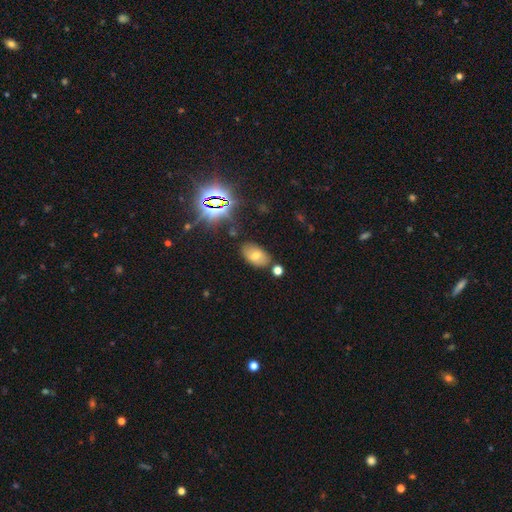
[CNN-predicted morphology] A smooth galaxy with no disk features (47%). Merging: none (78%).